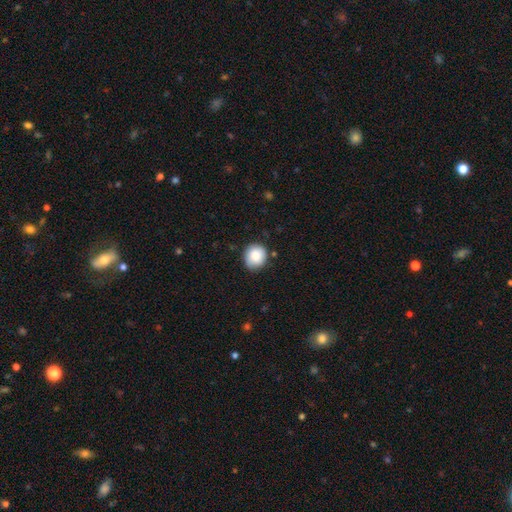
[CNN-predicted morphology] Smooth or featured? Predicted: smooth (p=0.85). How rounded? Predicted: round (p=0.80). Merging? Predicted: none (p=0.77).